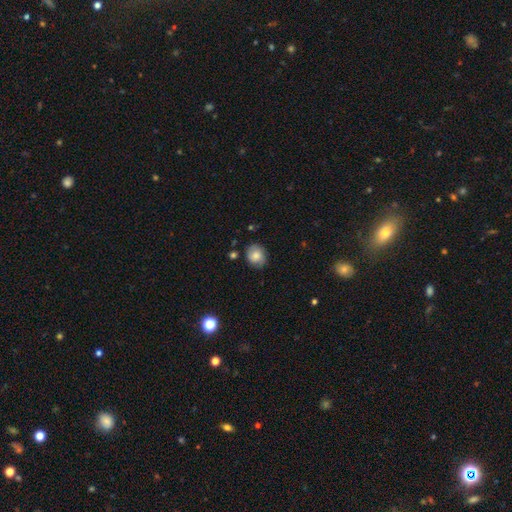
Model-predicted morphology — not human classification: Smooth or featured: smooth — 68% (featured or disk — 23%)
How rounded: round — 67% (in between — 33%)
Merging: none — 79% (minor disturbance — 16%)